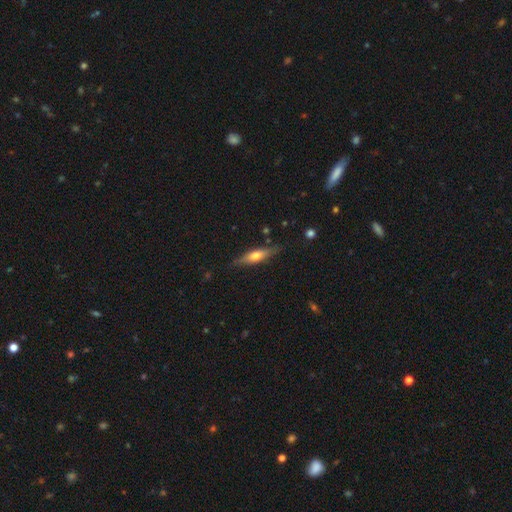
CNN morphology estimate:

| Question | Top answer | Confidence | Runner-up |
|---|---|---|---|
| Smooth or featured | featured or disk | 50% | smooth (44%) |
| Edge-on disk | yes | 89% | no (11%) |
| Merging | none | 82% | minor disturbance (14%) |